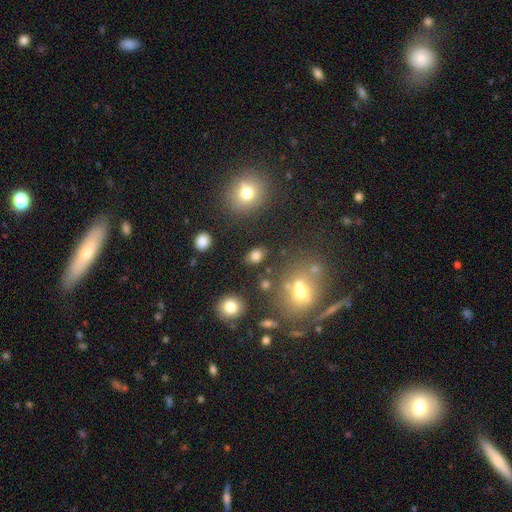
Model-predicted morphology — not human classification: Smooth or featured?
  - smooth: 77% *
  - star or artifact: 14%
  - featured or disk: 10%
How rounded?
  - in between: 70% *
  - round: 28%
  - cigar-shaped: 2%
Merging?
  - none: 79% *
  - minor disturbance: 11%
  - merger: 6%
  - major disturbance: 4%